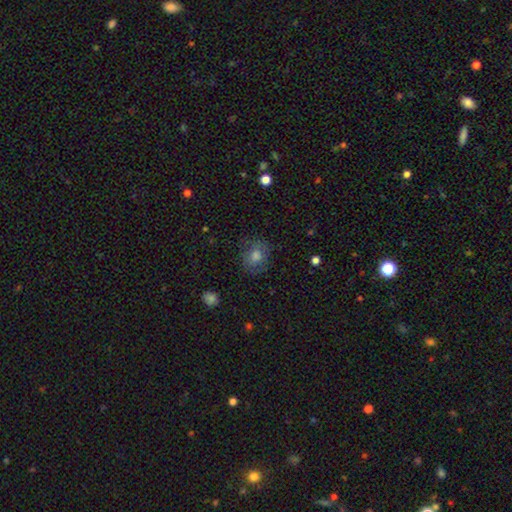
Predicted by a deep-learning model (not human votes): Smooth or featured? Predicted: smooth (p=0.64). How rounded? Predicted: round (p=0.64). Merging? Predicted: none (p=0.78).